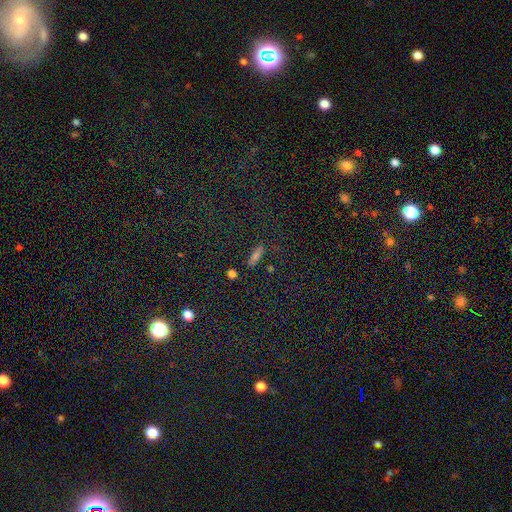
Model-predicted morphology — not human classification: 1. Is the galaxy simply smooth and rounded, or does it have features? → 66% smooth, 20% star or artifact, 13% featured or disk.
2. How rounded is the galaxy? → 50% cigar-shaped, 44% in between, 6% round.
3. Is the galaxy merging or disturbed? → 80% none, 12% minor disturbance, 4% major disturbance, 3% merger.